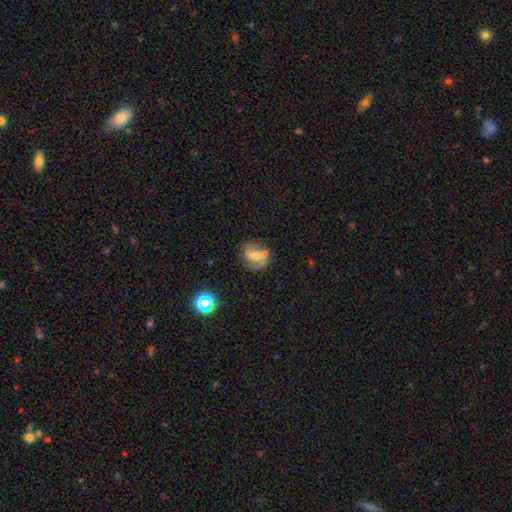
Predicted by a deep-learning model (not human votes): Q: Smooth or featured?
A: featured or disk (53%); runner-up: smooth (35%)
Q: Edge-on disk?
A: no (95%); runner-up: yes (5%)
Q: Bar?
A: weak (42%); runner-up: no (30%)
Q: Spiral arms?
A: yes (70%); runner-up: no (30%)
Q: Bulge size?
A: moderate (43%); runner-up: small (37%)
Q: Merging?
A: none (57%); runner-up: minor disturbance (21%)